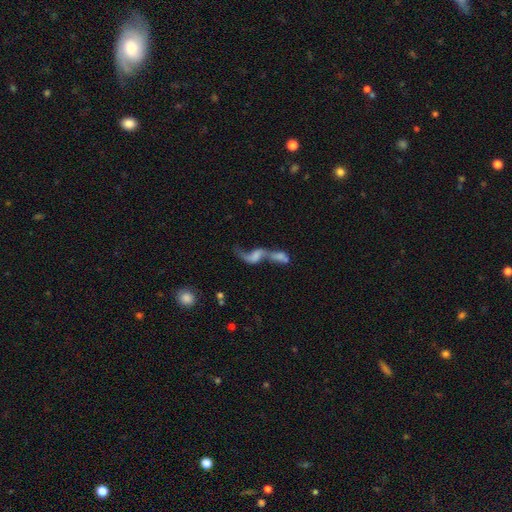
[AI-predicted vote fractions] Morphology: type=featured or disk (63%); edge-on=no (91%); bar=no (63%); spiral arms=yes (69%); bulge=none (48%); merging=merger (68%).